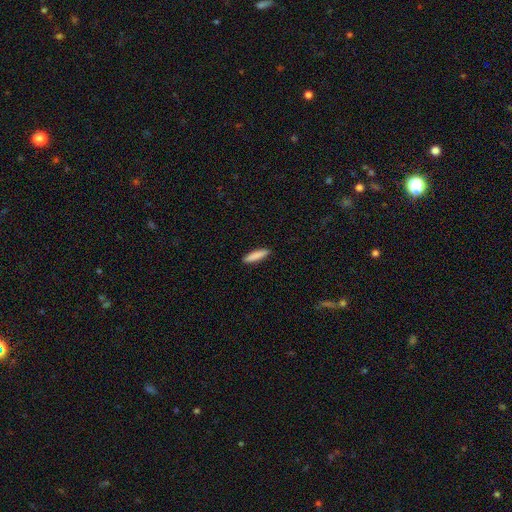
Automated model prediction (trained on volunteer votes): smooth_or_featured: smooth (p=0.87) [alt: featured or disk p=0.08]
how_rounded: cigar-shaped (p=0.83) [alt: in between p=0.16]
merging: none (p=0.91) [alt: minor disturbance p=0.06]